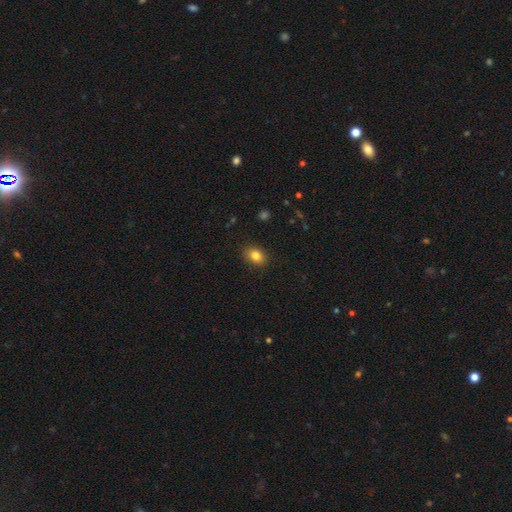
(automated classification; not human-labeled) Smooth or featured? Predicted: smooth (p=0.83). How rounded? Predicted: in between (p=0.68). Merging? Predicted: none (p=0.88).